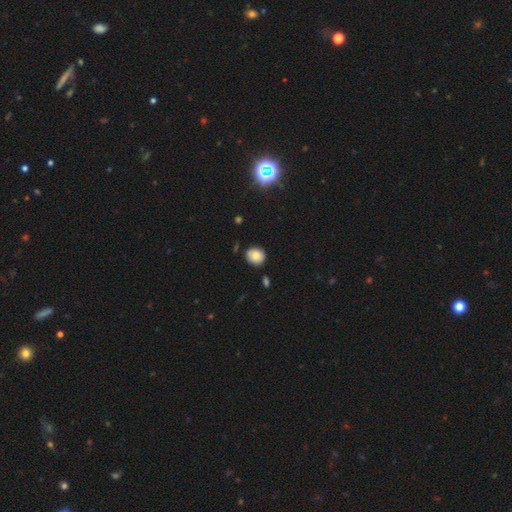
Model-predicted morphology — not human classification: Smooth or featured?
  - smooth: 81% *
  - star or artifact: 10%
  - featured or disk: 9%
How rounded?
  - round: 75% *
  - in between: 24%
  - cigar-shaped: 1%
Merging?
  - none: 78% *
  - minor disturbance: 16%
  - merger: 3%
  - major disturbance: 3%